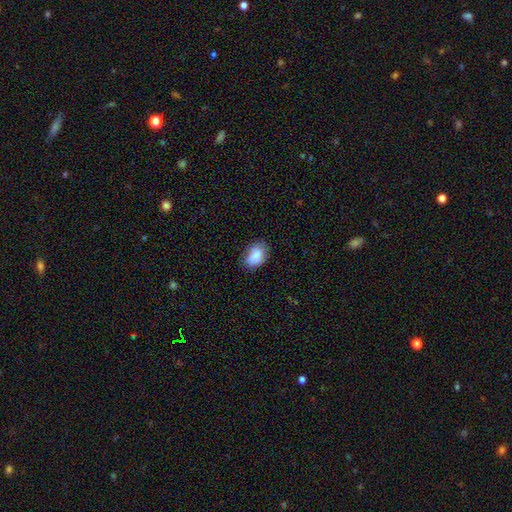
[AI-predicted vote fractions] Smooth or featured?
  - smooth: 82% *
  - featured or disk: 11%
  - star or artifact: 8%
How rounded?
  - in between: 81% *
  - round: 18%
  - cigar-shaped: 1%
Merging?
  - none: 67% *
  - minor disturbance: 26%
  - major disturbance: 6%
  - merger: 1%